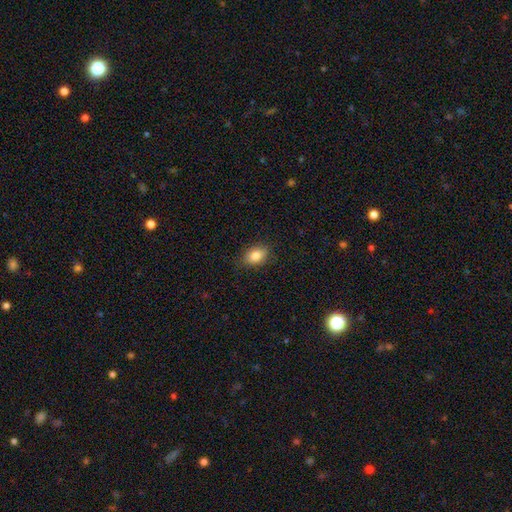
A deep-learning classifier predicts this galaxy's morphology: smooth-or-featured: smooth: 84% | star or artifact: 8% | featured or disk: 8%
  how-rounded: in between: 79% | round: 19% | cigar-shaped: 1%
  merging: none: 85% | minor disturbance: 12% | major disturbance: 3% | merger: 1%